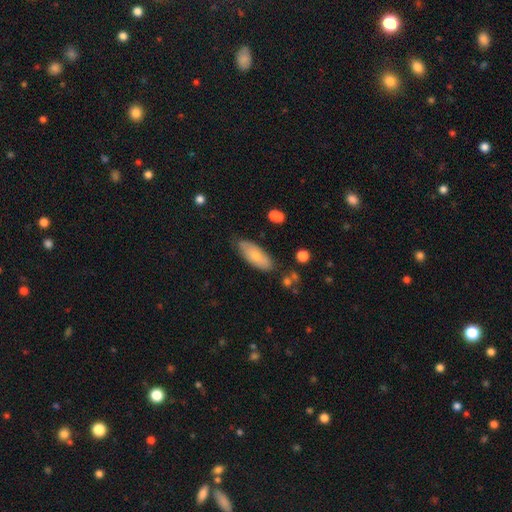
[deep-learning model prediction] This is likely a smooth galaxy (68%). How rounded: likely in between (79%). Merging: likely none (73%).